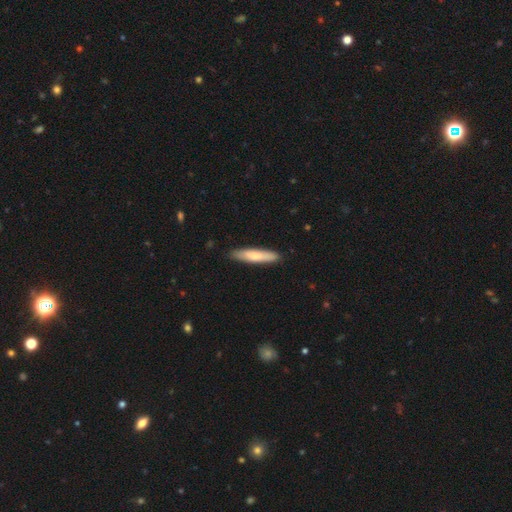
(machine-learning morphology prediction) type=smooth (72%); roundness=cigar-shaped (85%); merging=none (88%).